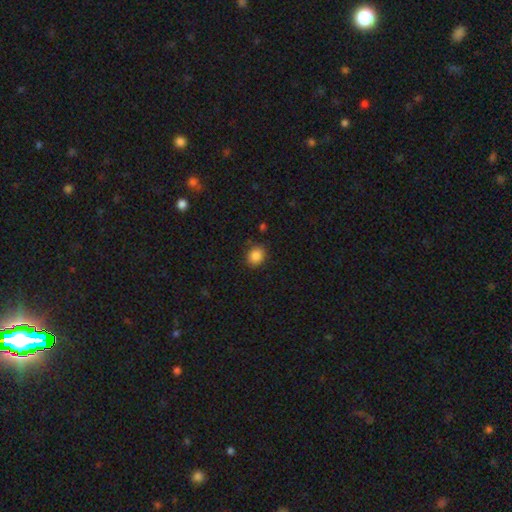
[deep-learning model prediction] The model was most divided on "how rounded": round: 69%, in between: 30%, cigar-shaped: 1%. More confident: smooth or featured — smooth (86%); merging — none (84%).